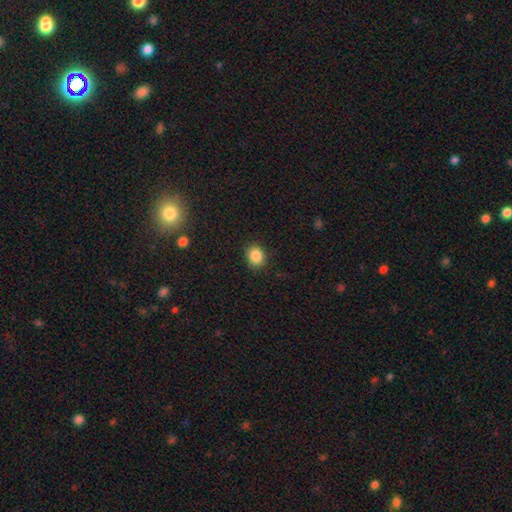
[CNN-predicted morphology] smooth-or-featured: smooth: 87% | star or artifact: 10% | featured or disk: 4%
  how-rounded: round: 60% | in between: 39% | cigar-shaped: 1%
  merging: none: 88% | minor disturbance: 8% | major disturbance: 2% | merger: 1%